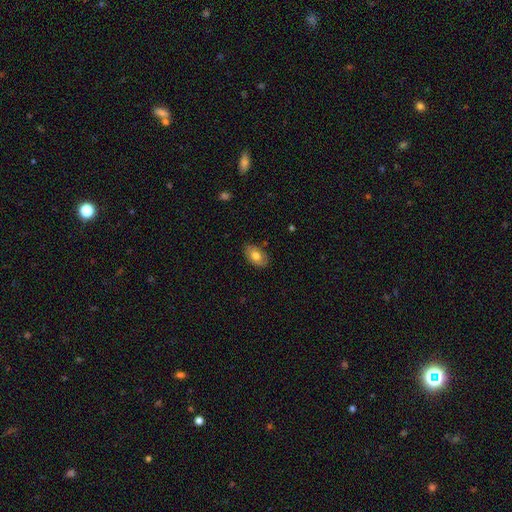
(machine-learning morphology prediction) smooth 74%, featured or disk 19%, star or artifact 7%. Down the decision tree: how rounded — in between (90%); merging — none (82%).